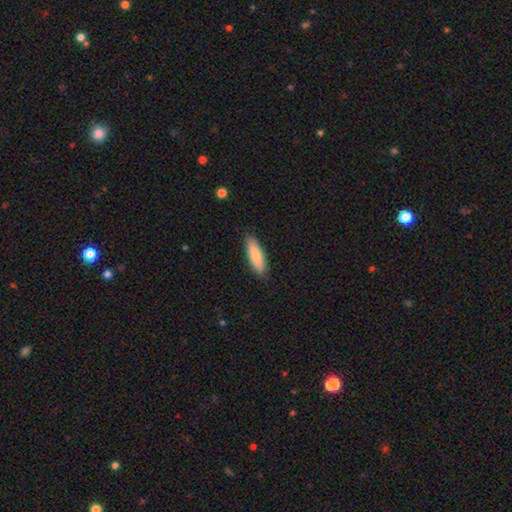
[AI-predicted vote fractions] A smooth galaxy with no disk features (80%) that is cigar-shaped (50%).

Vote fractions:
- Smooth or featured? smooth: 80% / featured or disk: 14% / star or artifact: 6%
- How rounded? cigar-shaped: 50% / in between: 48% / round: 2%
- Merging? none: 88% / minor disturbance: 9% / major disturbance: 2% / merger: 1%